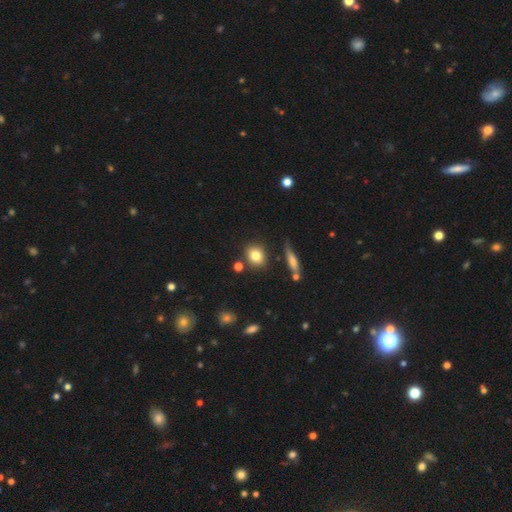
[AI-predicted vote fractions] Morphology: type=smooth (81%); roundness=round (61%); merging=none (80%).